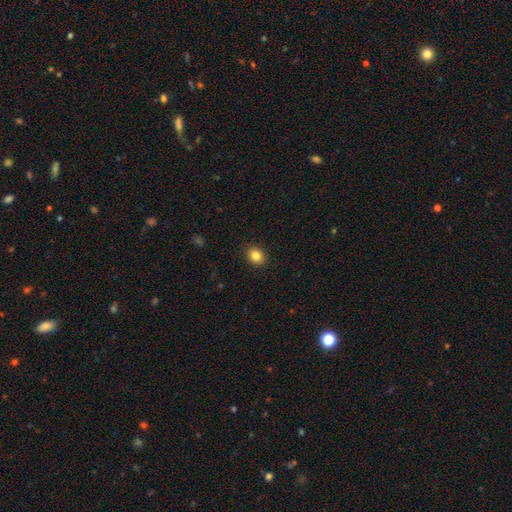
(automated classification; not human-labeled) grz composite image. It shows a smooth galaxy with no disk features (85%) that is in between round and cigar-shaped (56%). Merging: none (90%).